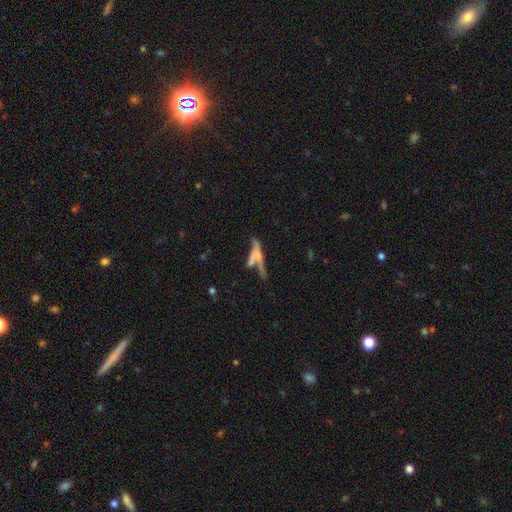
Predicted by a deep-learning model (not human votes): smooth 45%, featured or disk 42%, star or artifact 12%. Down the decision tree: merging — merger (44%).